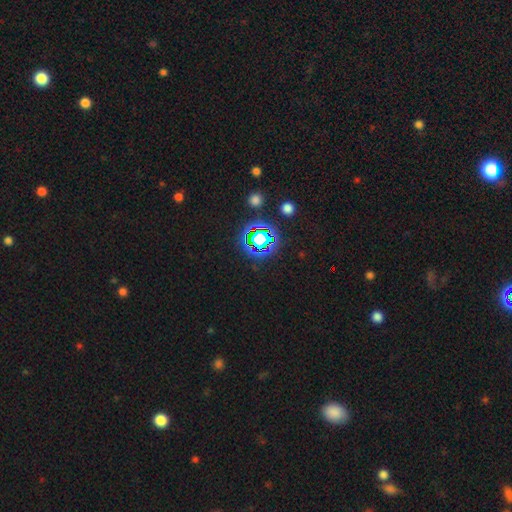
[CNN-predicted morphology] Smooth or featured: star or artifact — 70% (smooth — 22%)